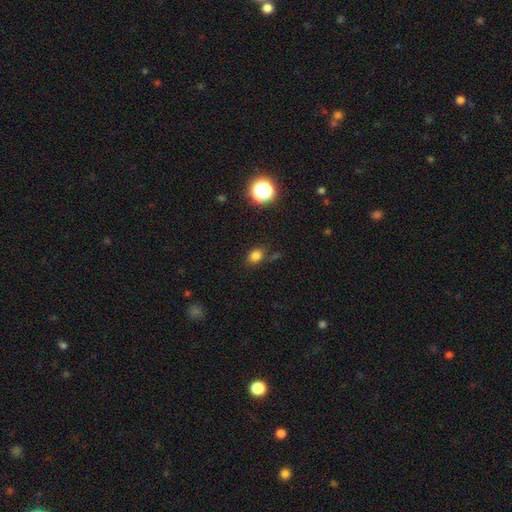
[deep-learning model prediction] smooth_or_featured: smooth (p=0.79) [alt: star or artifact p=0.15]
how_rounded: in between (p=0.54) [alt: round p=0.44]
merging: none (p=0.77) [alt: minor disturbance p=0.15]